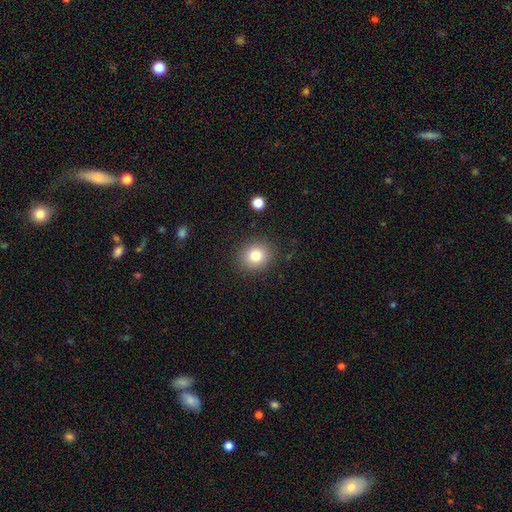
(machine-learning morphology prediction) A smooth galaxy with no disk features (81%) that is round (76%). Merging: none (88%).